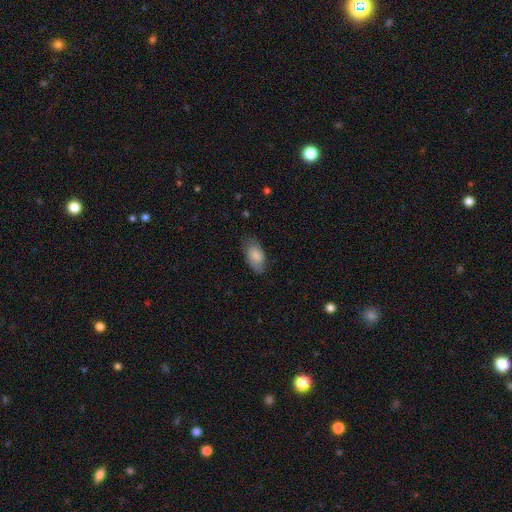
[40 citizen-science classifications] Smooth or featured? smooth (80%)
How rounded? in between (91%)
Merging? none (59%)